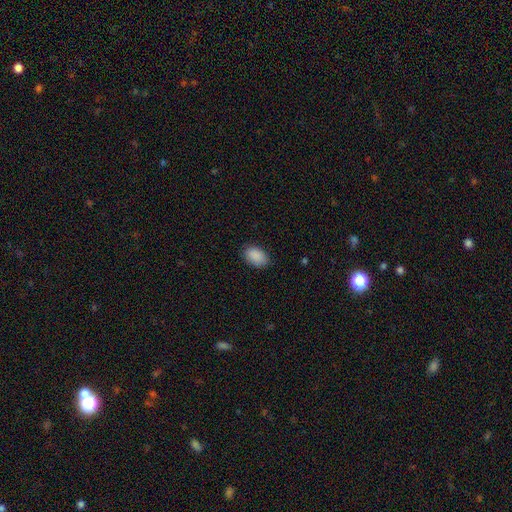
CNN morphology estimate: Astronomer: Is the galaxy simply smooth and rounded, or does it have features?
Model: smooth — 90%.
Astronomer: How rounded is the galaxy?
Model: in between — 90%.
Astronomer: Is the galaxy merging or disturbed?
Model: none — 84%.